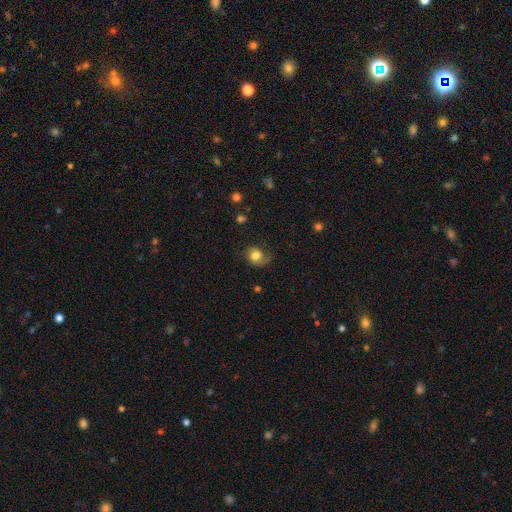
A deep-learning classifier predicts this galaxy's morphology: smooth_or_featured: smooth (p=0.73) [alt: featured or disk p=0.17]
how_rounded: round (p=0.74) [alt: in between p=0.25]
merging: none (p=0.56) [alt: minor disturbance p=0.25]